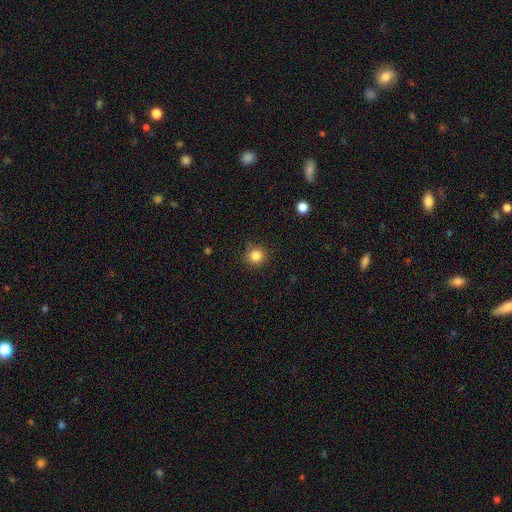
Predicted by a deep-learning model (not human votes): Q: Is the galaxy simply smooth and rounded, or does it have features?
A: smooth — 83%.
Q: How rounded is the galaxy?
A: round — 93%.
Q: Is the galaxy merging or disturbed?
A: none — 89%.